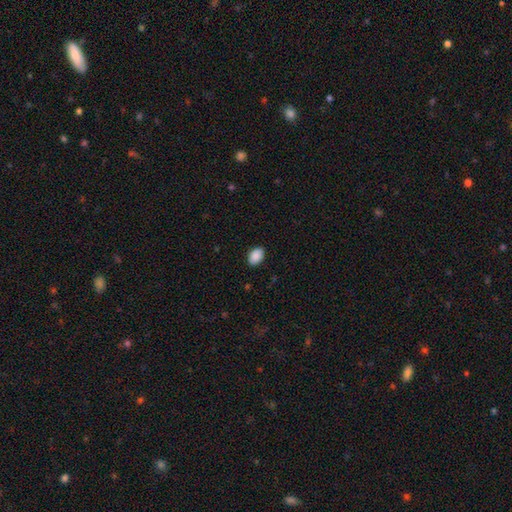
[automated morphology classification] Smooth or featured?
  - smooth: 90% *
  - star or artifact: 7%
  - featured or disk: 3%
How rounded?
  - in between: 85% *
  - round: 14%
  - cigar-shaped: 1%
Merging?
  - none: 88% *
  - minor disturbance: 9%
  - major disturbance: 2%
  - merger: 1%